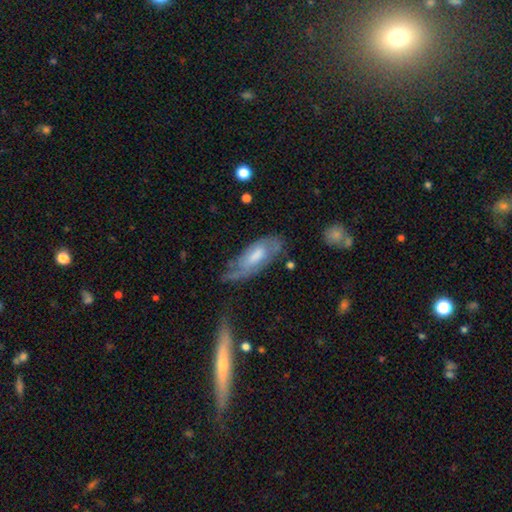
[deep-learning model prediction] Smooth or featured? Predicted: featured or disk (p=0.55). Edge-on disk? Predicted: no (p=0.81). Merging? Predicted: none (p=0.48).